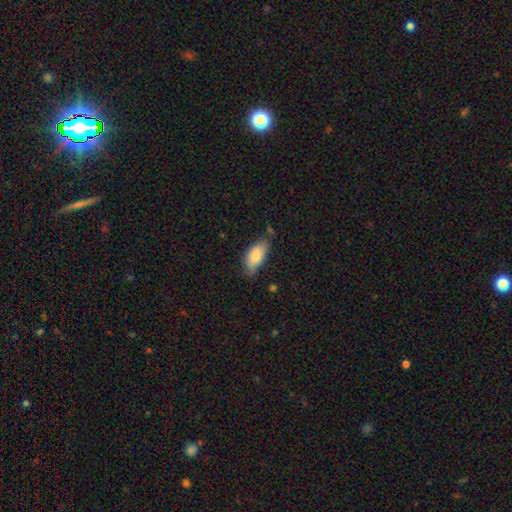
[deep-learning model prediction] A smooth galaxy with no disk features (84%) that is in between round and cigar-shaped (89%). Merging: none (61%).